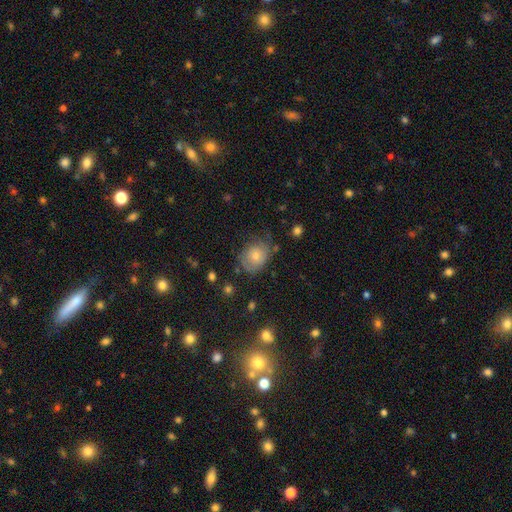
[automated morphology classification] Smooth or featured? smooth (64%)
How rounded? round (54%)
Merging? none (58%)